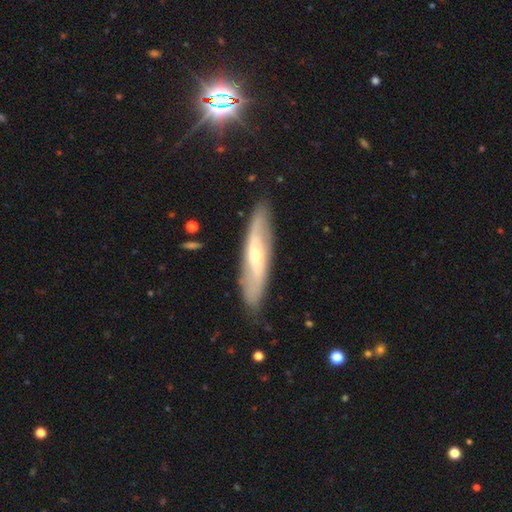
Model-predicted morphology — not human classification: Smooth or featured: featured or disk — 63% (smooth — 32%)
Edge-on disk: no — 58% (yes — 42%)
Merging: none — 83% (minor disturbance — 13%)